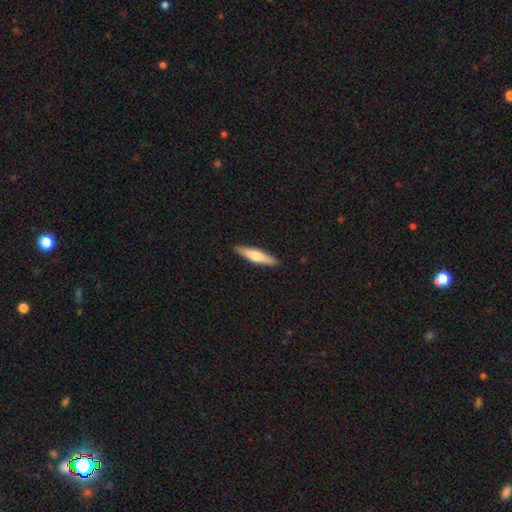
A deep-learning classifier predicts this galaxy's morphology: This appears to be a smooth galaxy with no disk features (54%) that is cigar-shaped (81%). Merging: none (90%).